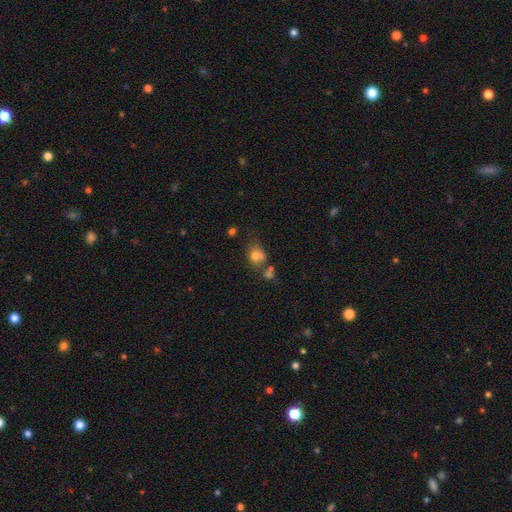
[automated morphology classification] smooth 71%, featured or disk 15%, star or artifact 14%. Down the decision tree: how rounded — round (53%); merging — none (38%).